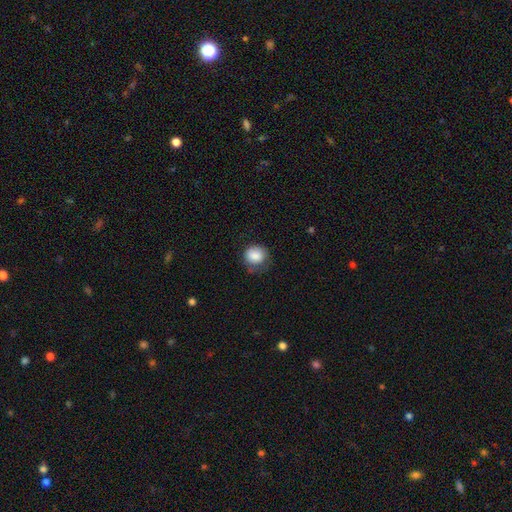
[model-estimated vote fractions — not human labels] This appears to be a smooth galaxy with no disk features (86%) that is round (80%). Merging: none (63%).